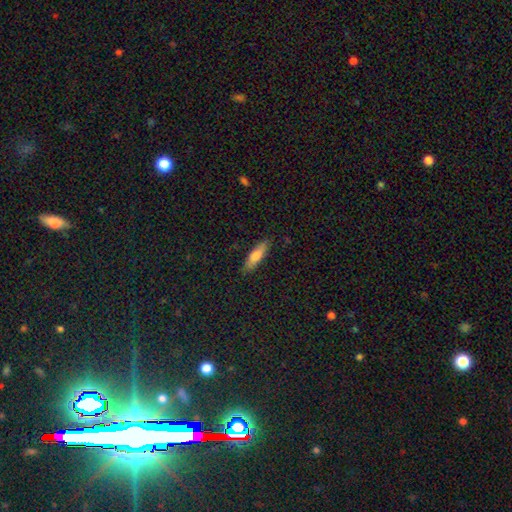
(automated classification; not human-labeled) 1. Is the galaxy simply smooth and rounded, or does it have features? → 75% smooth, 18% featured or disk, 6% star or artifact.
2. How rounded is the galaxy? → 64% cigar-shaped, 34% in between, 2% round.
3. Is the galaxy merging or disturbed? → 86% none, 11% minor disturbance, 2% major disturbance, 1% merger.